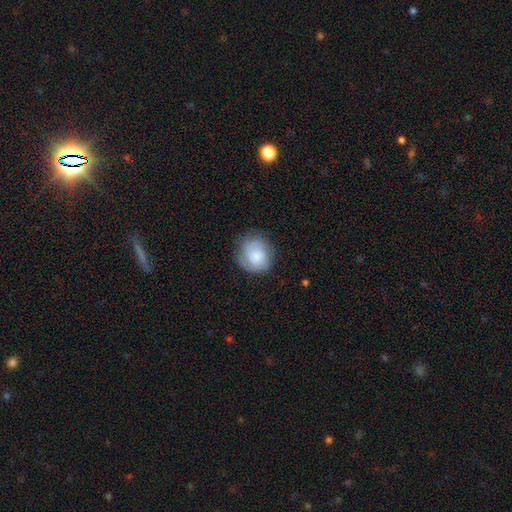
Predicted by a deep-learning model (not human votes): smooth_or_featured: smooth (p=0.59) [alt: featured or disk p=0.34]
how_rounded: round (p=0.71) [alt: in between p=0.28]
merging: none (p=0.65) [alt: minor disturbance p=0.24]